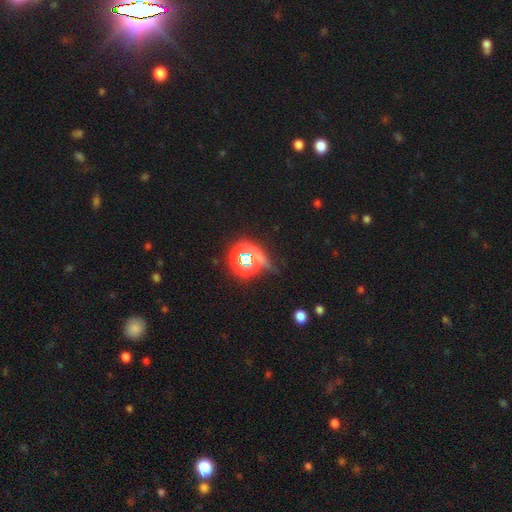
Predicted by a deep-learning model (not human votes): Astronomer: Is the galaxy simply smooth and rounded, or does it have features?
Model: star or artifact — 63%.